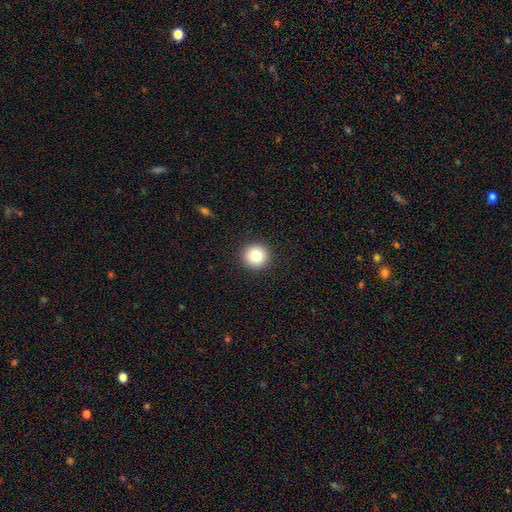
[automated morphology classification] This is clearly a smooth galaxy (81%). How rounded: clearly round (94%). Merging: clearly none (93%).